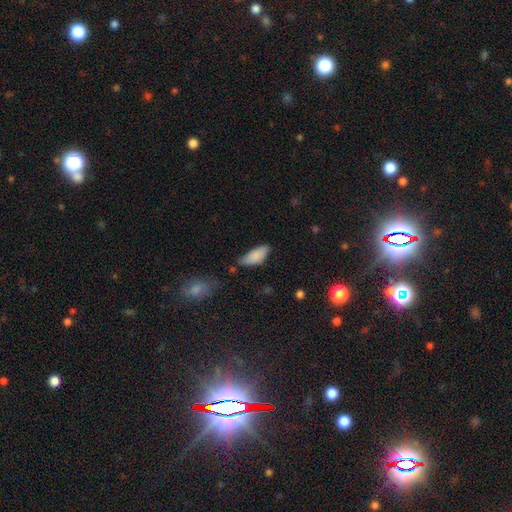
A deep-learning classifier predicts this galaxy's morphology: A smooth galaxy with no disk features (86%) that is in between round and cigar-shaped (82%).

Vote fractions:
- Smooth or featured? smooth: 86% / featured or disk: 8% / star or artifact: 7%
- How rounded? in between: 82% / cigar-shaped: 16% / round: 2%
- Merging? none: 56% / minor disturbance: 34% / major disturbance: 7% / merger: 4%